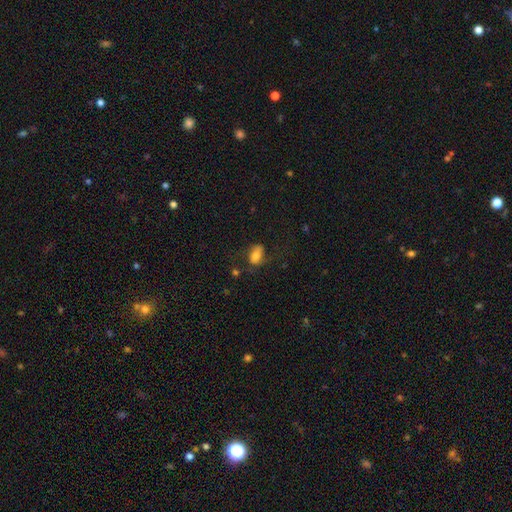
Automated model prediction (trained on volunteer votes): Smooth or featured? Predicted: smooth (p=0.68). How rounded? Predicted: in between (p=0.83). Merging? Predicted: none (p=0.54).